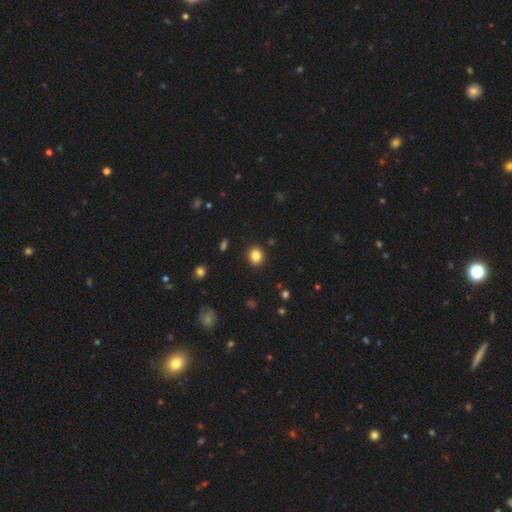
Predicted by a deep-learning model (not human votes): This appears to be a smooth galaxy with no disk features (84%) that is round (80%). Merging: none (91%).